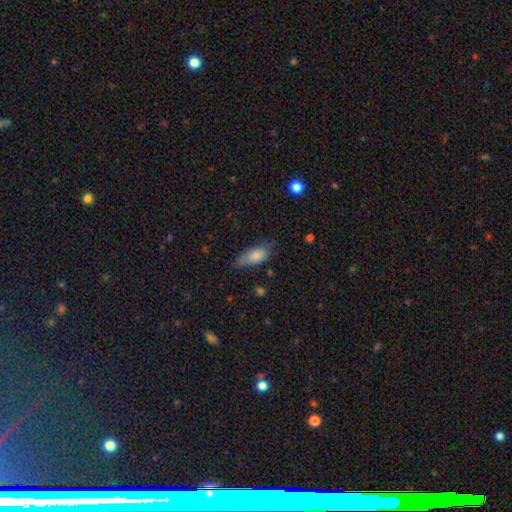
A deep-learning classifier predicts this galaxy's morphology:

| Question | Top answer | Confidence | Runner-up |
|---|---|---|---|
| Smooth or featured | smooth | 80% | featured or disk (12%) |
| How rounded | in between | 80% | cigar-shaped (17%) |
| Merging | none | 58% | minor disturbance (31%) |